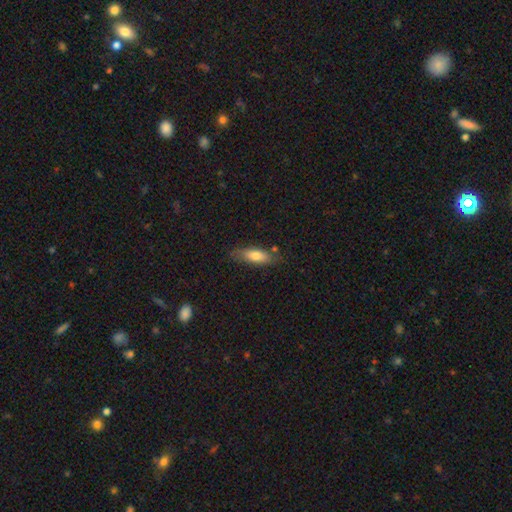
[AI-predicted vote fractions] The model was most divided on "how rounded": in between: 61%, cigar-shaped: 36%, round: 2%. More confident: merging — none (76%); smooth or featured — smooth (74%).